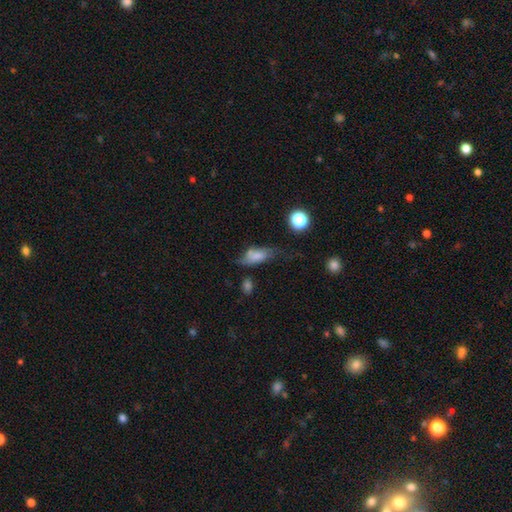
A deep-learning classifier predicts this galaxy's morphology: A smooth galaxy with no disk features (63%) that is in between round and cigar-shaped (83%).

Vote fractions:
- Smooth or featured? smooth: 63% / featured or disk: 26% / star or artifact: 11%
- How rounded? in between: 83% / cigar-shaped: 12% / round: 5%
- Merging? none: 39% / minor disturbance: 32% / major disturbance: 20% / merger: 9%